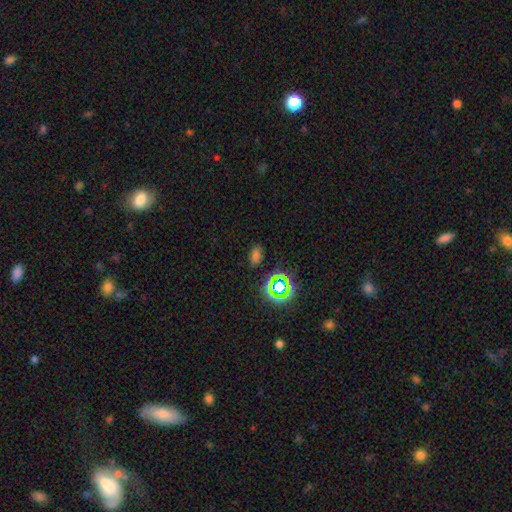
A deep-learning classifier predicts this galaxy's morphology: Smooth or featured? smooth (63%)
How rounded? in between (83%)
Merging? none (82%)